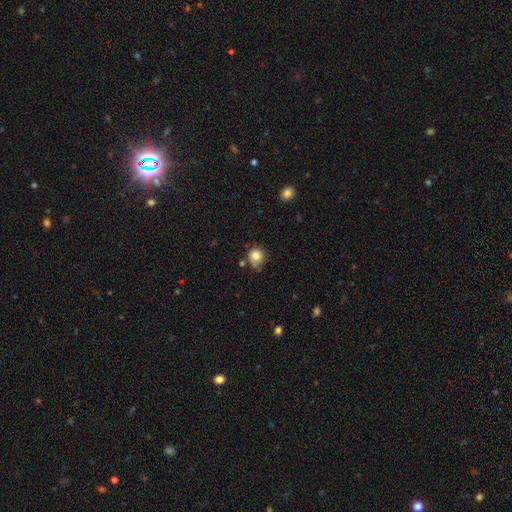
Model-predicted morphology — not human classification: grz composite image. It shows a smooth galaxy with no disk features (83%) that is round (90%). Merging: none (71%).